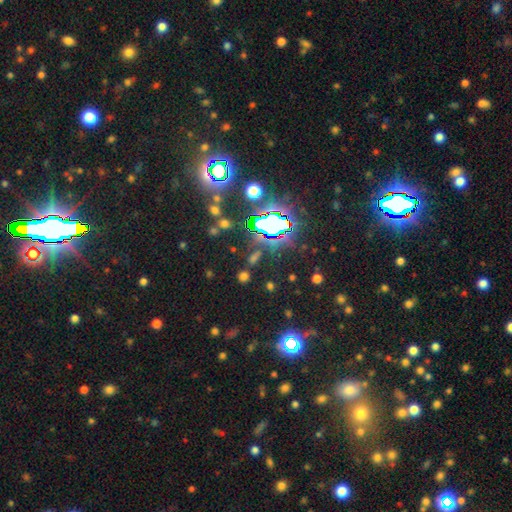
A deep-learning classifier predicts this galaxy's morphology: The model was most divided on "smooth or featured": star or artifact: 72%, smooth: 18%, featured or disk: 10%.